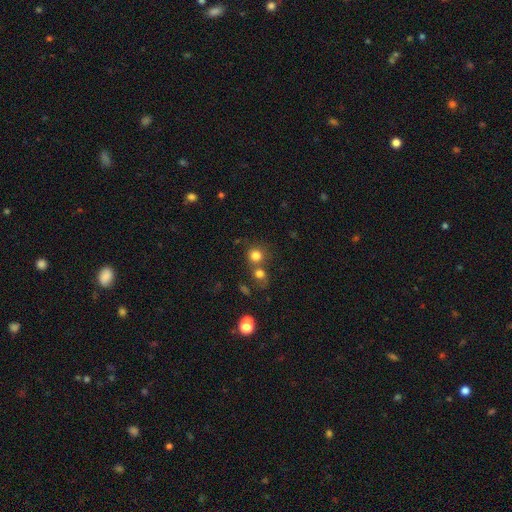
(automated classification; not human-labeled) Overall: smooth (78%). How rounded: round (88%). Merging: none (57%; merger 31%).